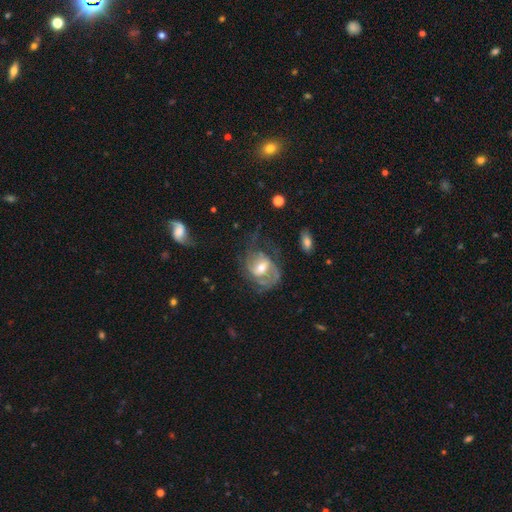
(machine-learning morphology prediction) This is likely a featured or disk galaxy (73%). It is clearly not viewed edge-on (96%). Bar: marginally weak (44%). Spiral arm pattern: likely yes (79%). Spiral arm count: possibly 2 (51%). Spiral winding: marginally medium (42%). Central bulge: likely moderate (64%). Merging: possibly none (51%).